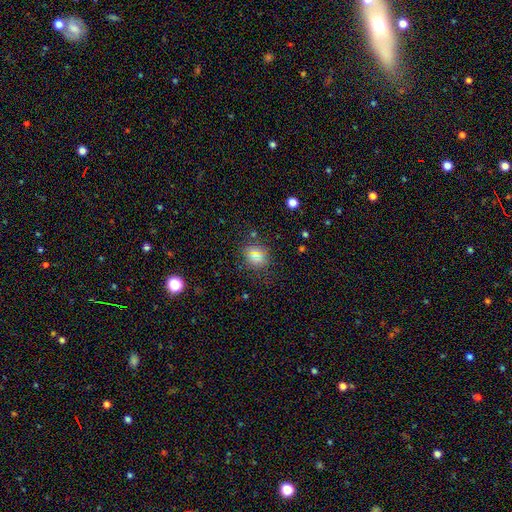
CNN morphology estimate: The model was most divided on "smooth or featured": smooth: 67%, star or artifact: 23%, featured or disk: 10%. More confident: merging — none (83%); how rounded — round (72%).